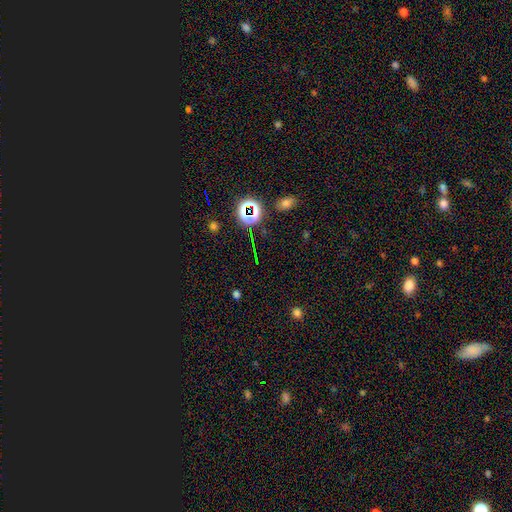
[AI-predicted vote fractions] Q: Smooth or featured?
A: star or artifact (73%); runner-up: smooth (17%)